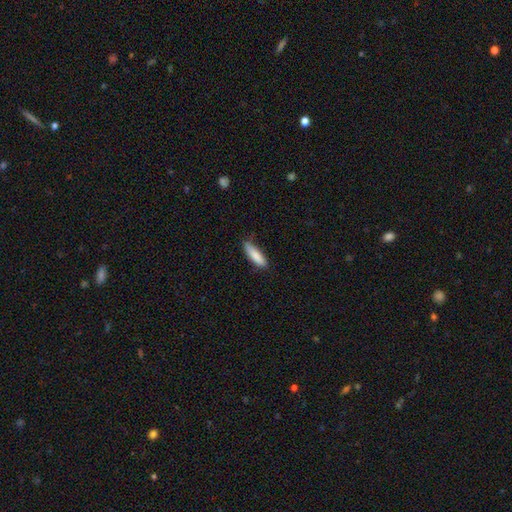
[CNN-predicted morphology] A smooth galaxy with no disk features (86%) that is cigar-shaped (59%). Merging: none (74%).